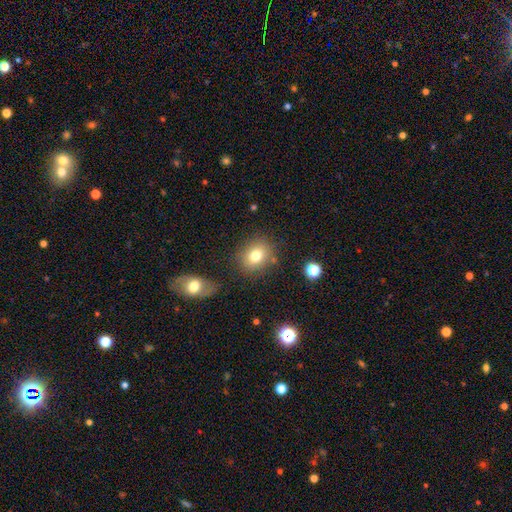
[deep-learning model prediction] Q: Smooth or featured?
A: smooth (76%); runner-up: star or artifact (12%)
Q: How rounded?
A: round (58%); runner-up: in between (41%)
Q: Merging?
A: none (77%); runner-up: minor disturbance (13%)